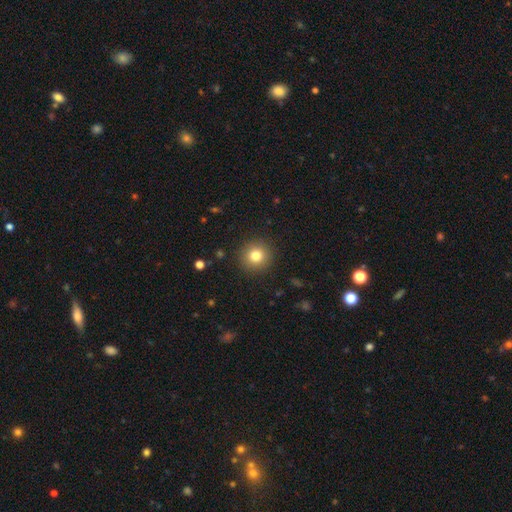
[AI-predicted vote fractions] Morphology: type=smooth (81%); roundness=round (93%); merging=none (91%).